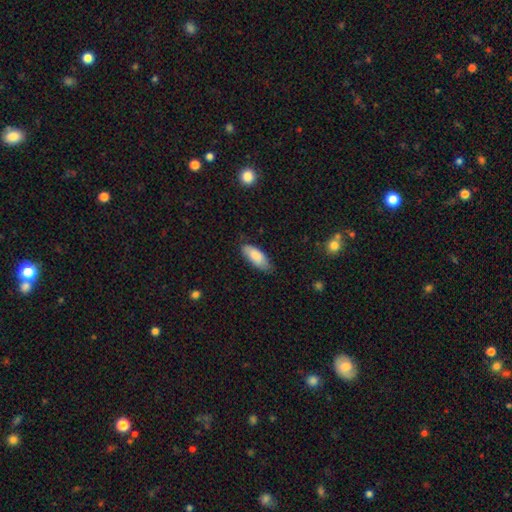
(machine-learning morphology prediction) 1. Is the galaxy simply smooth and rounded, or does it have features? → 84% smooth, 10% featured or disk, 6% star or artifact.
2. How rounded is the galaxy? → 80% in between, 18% cigar-shaped, 2% round.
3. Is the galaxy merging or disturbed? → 75% none, 20% minor disturbance, 3% major disturbance, 1% merger.